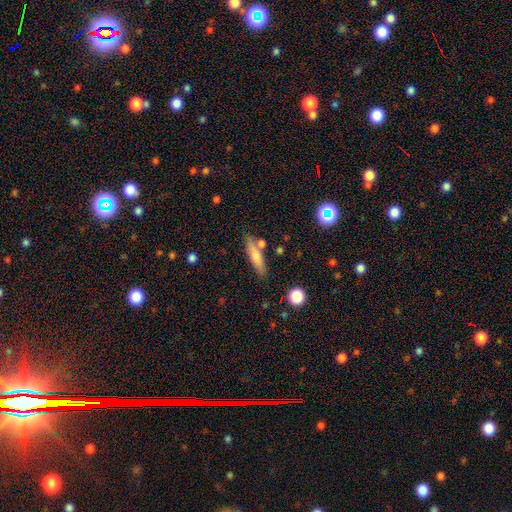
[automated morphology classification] smooth-or-featured: smooth: 62% | featured or disk: 28% | star or artifact: 10%
  how-rounded: cigar-shaped: 75% | in between: 23% | round: 3%
  merging: none: 78% | minor disturbance: 12% | merger: 8% | major disturbance: 3%